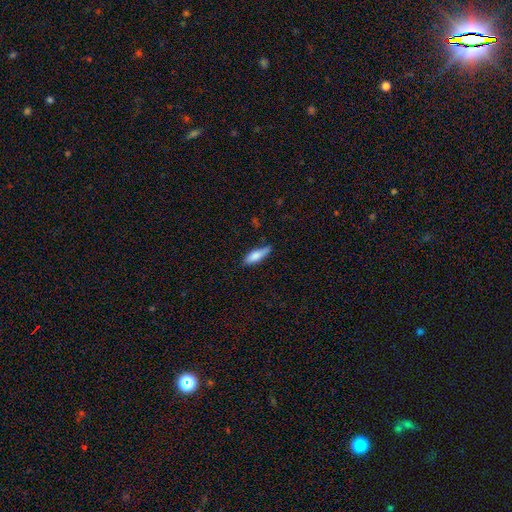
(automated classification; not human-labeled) The model was most divided on "how rounded": in between: 51%, cigar-shaped: 47%, round: 2%. More confident: smooth or featured — smooth (78%); merging — none (75%).